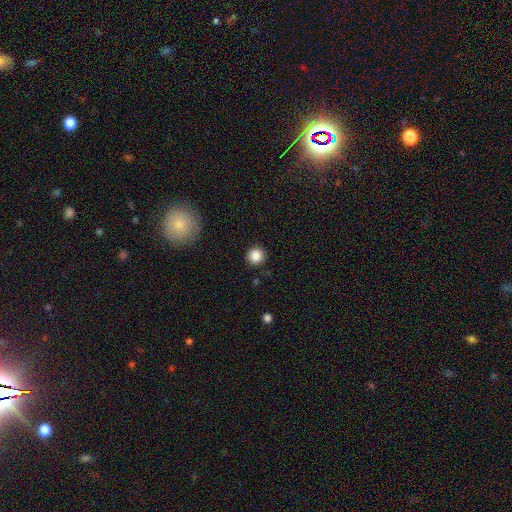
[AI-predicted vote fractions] A smooth galaxy with no disk features (86%) that is round (94%). Merging: none (90%).